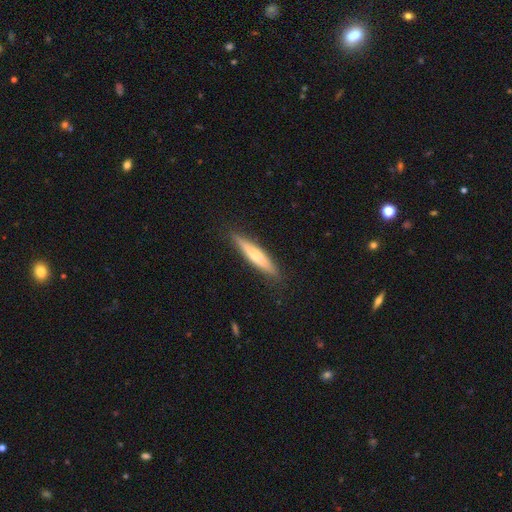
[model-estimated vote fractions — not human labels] smooth_or_featured: smooth (p=0.53) [alt: featured or disk p=0.41]
how_rounded: cigar-shaped (p=0.89) [alt: in between p=0.10]
merging: none (p=0.88) [alt: minor disturbance p=0.09]